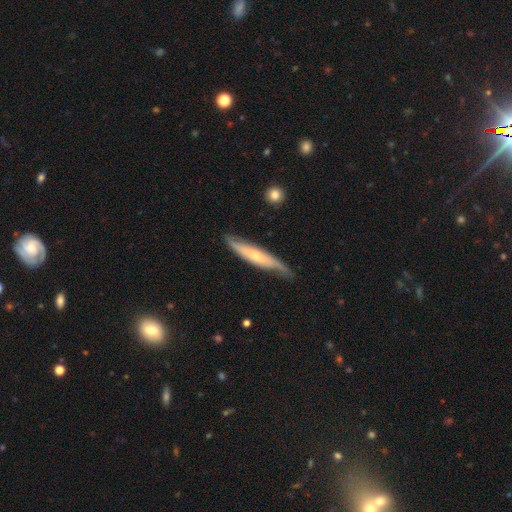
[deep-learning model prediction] This is likely a featured or disk galaxy (60%). It is possibly viewed edge-on (60%). Merging: likely none (67%).